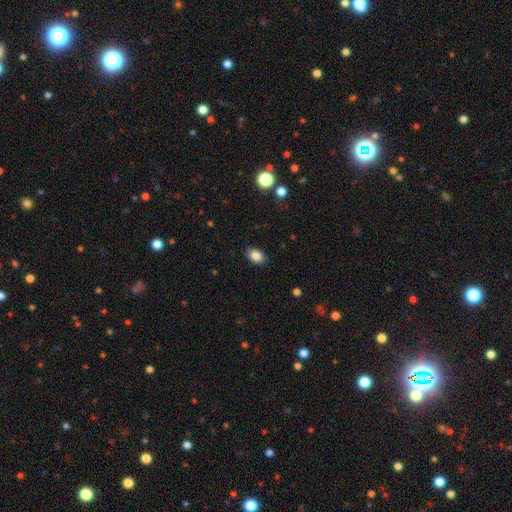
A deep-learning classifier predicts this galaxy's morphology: A smooth galaxy with no disk features (86%) that is in between round and cigar-shaped (82%). Merging: none (88%).